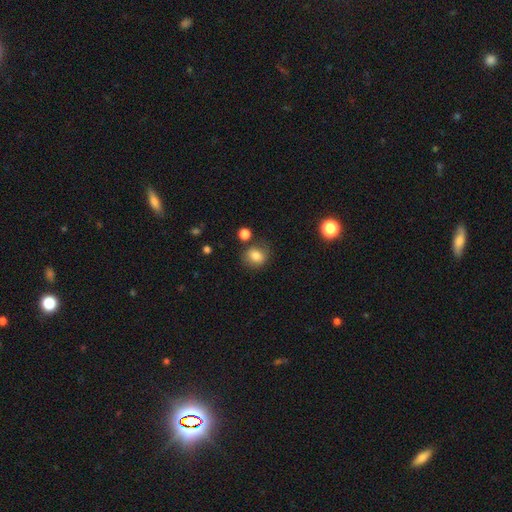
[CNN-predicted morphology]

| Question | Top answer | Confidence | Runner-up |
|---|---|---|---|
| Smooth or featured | smooth | 77% | featured or disk (12%) |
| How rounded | round | 68% | in between (31%) |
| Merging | none | 71% | minor disturbance (17%) |